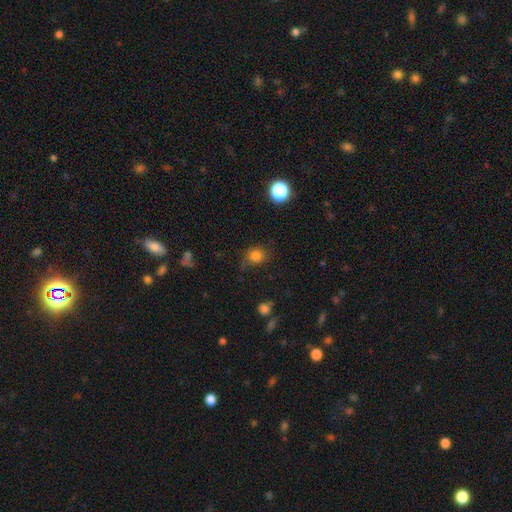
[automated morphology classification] type=smooth (78%); roundness=round (72%); merging=none (62%).